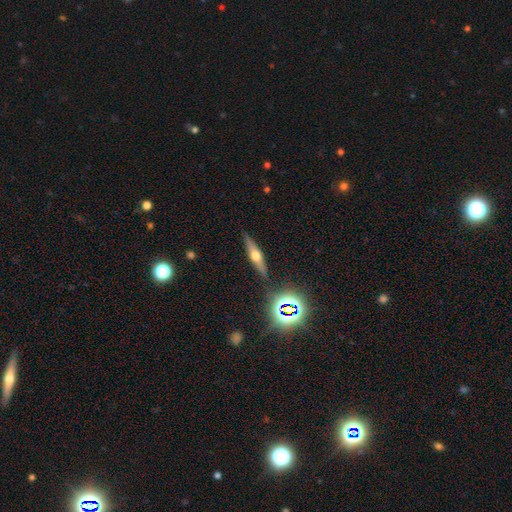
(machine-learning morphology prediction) featured or disk 55%, smooth 32%, star or artifact 13%. Down the decision tree: edge-on disk — yes (92%); edge-on bulge — rounded (91%); merging — none (85%).